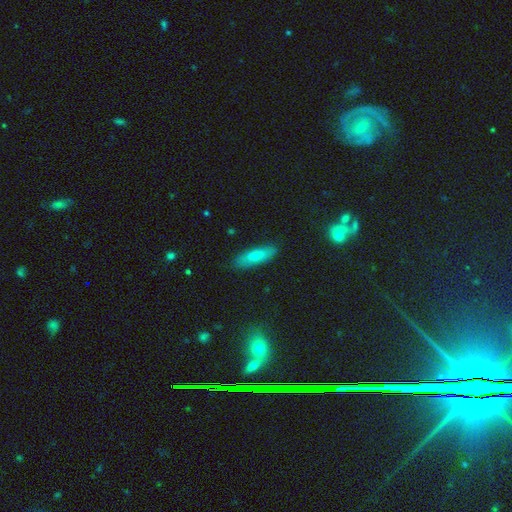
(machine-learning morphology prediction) Q: Smooth or featured?
A: smooth (68%); runner-up: featured or disk (25%)
Q: How rounded?
A: cigar-shaped (56%); runner-up: in between (41%)
Q: Merging?
A: none (86%); runner-up: minor disturbance (11%)